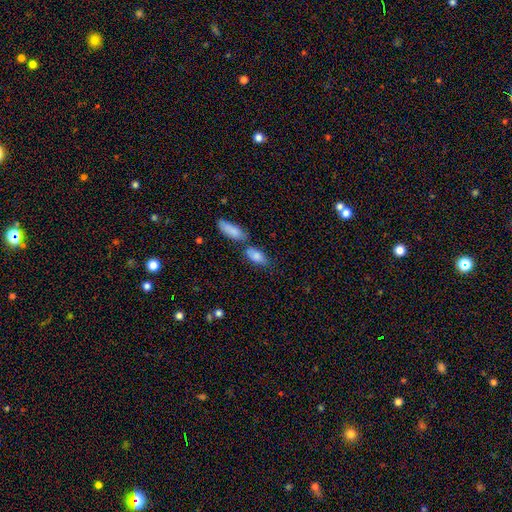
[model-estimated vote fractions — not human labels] A smooth galaxy with no disk features (81%) that is in between round and cigar-shaped (81%). Merging: none (52%).